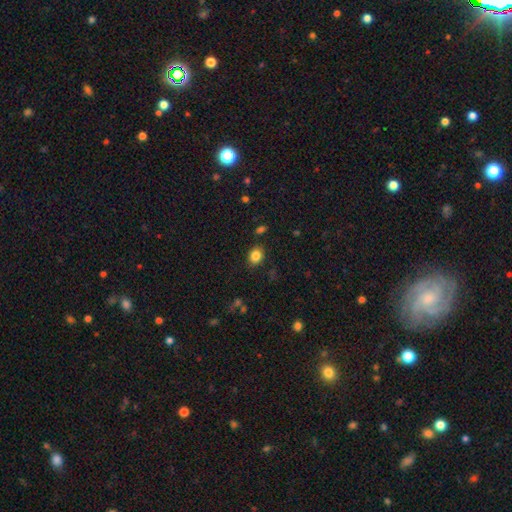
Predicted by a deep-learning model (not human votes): Morphology: type=smooth (84%); roundness=round (50%); merging=none (85%).